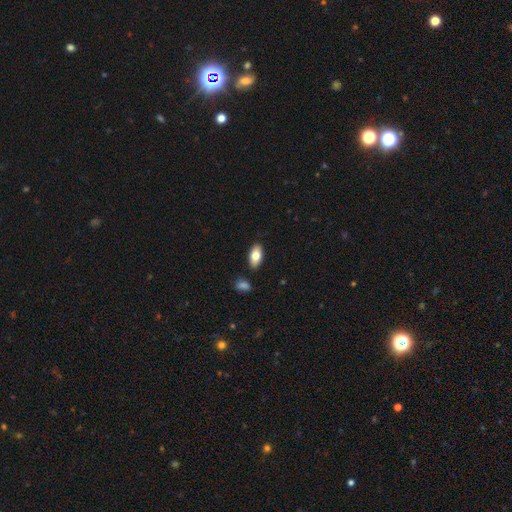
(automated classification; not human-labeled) Overall: smooth (77%). How rounded: in between (91%). Merging: none (87%).